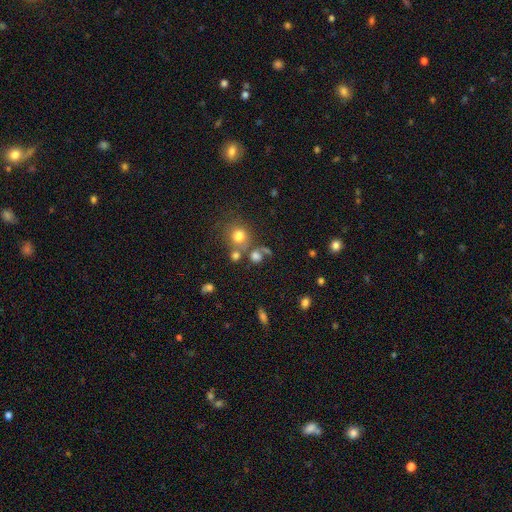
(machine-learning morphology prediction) Smooth or featured: smooth — 69% (star or artifact — 19%)
How rounded: round — 77% (in between — 21%)
Merging: none — 53% (merger — 24%)